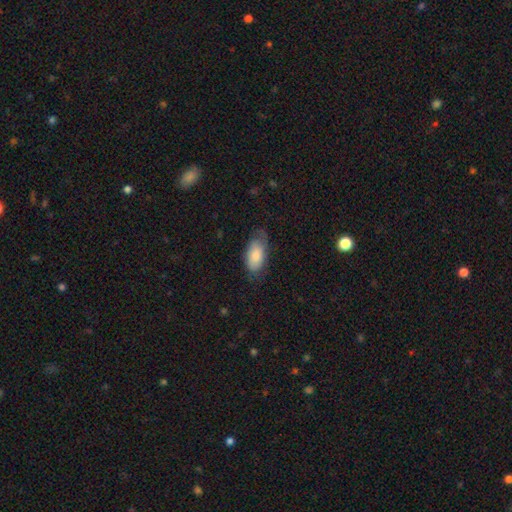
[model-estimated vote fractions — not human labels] Morphology: type=smooth (77%); roundness=in between (93%); merging=none (56%).